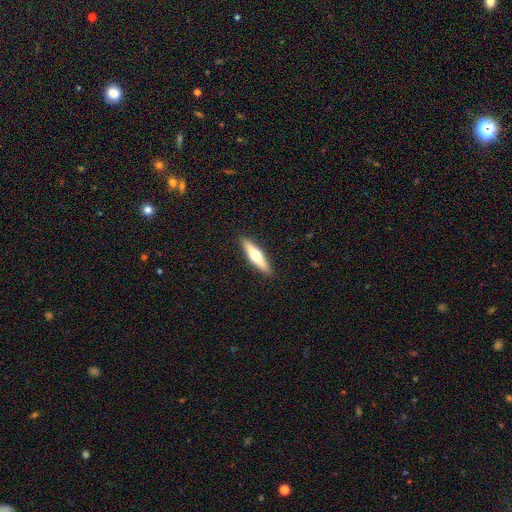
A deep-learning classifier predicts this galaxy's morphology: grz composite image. It shows a featured or disk galaxy (49%). Merging: none (90%).